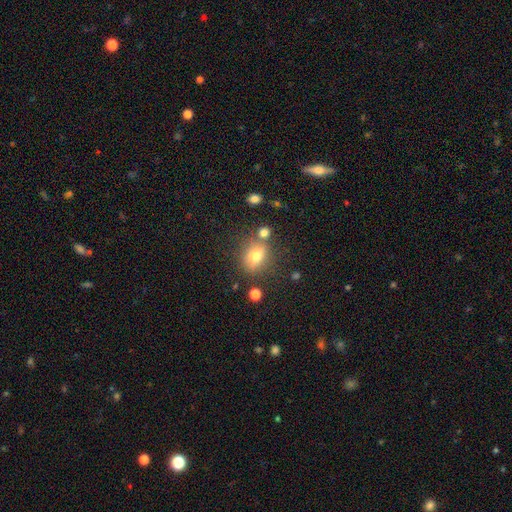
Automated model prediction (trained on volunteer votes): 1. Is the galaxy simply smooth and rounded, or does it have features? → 68% smooth, 19% featured or disk, 13% star or artifact.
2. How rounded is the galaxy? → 54% in between, 42% round, 4% cigar-shaped.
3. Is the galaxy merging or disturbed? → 72% none, 14% minor disturbance, 10% merger, 5% major disturbance.